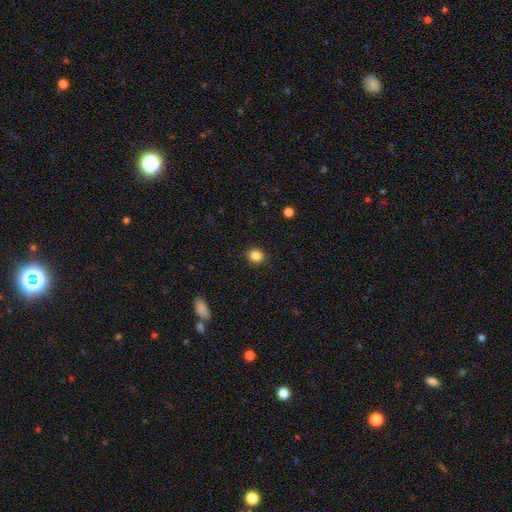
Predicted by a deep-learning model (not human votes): Smooth or featured? smooth (86%)
How rounded? round (70%)
Merging? none (90%)